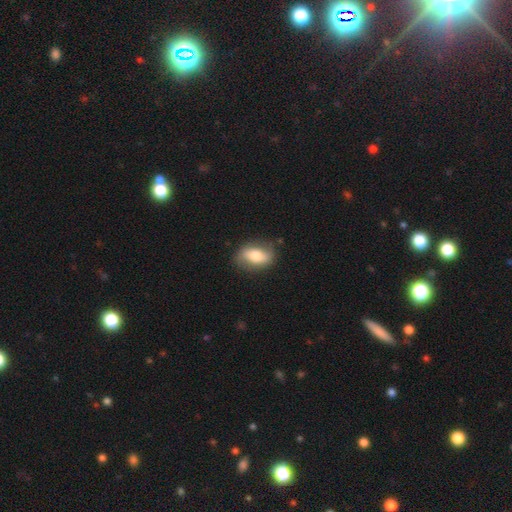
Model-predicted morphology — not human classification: type=smooth (59%); roundness=in between (83%); merging=none (79%).